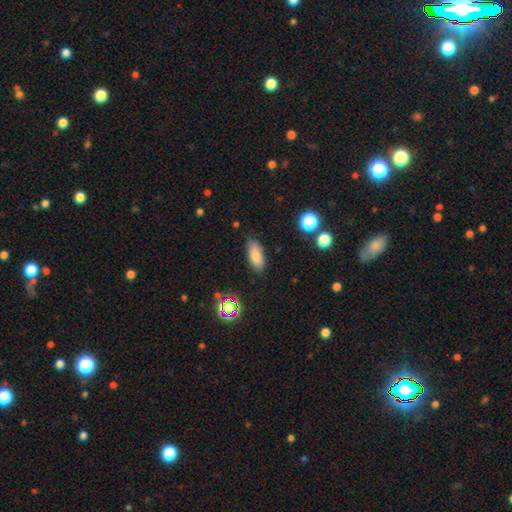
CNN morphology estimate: Smooth or featured? smooth (81%)
How rounded? in between (81%)
Merging? none (82%)